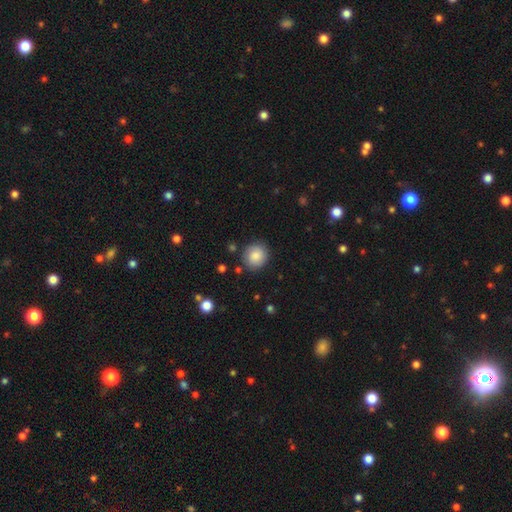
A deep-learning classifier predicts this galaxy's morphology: smooth 81%, featured or disk 11%, star or artifact 8%. Down the decision tree: how rounded — round (88%); merging — none (86%).